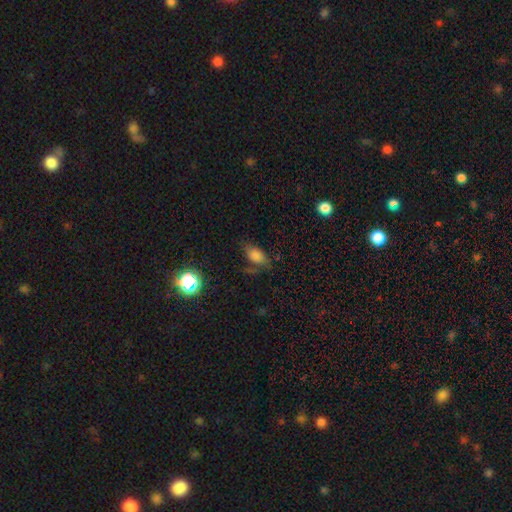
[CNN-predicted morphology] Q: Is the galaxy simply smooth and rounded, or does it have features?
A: smooth — 72%.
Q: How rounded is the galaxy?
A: in between — 87%.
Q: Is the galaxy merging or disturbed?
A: none — 51%.